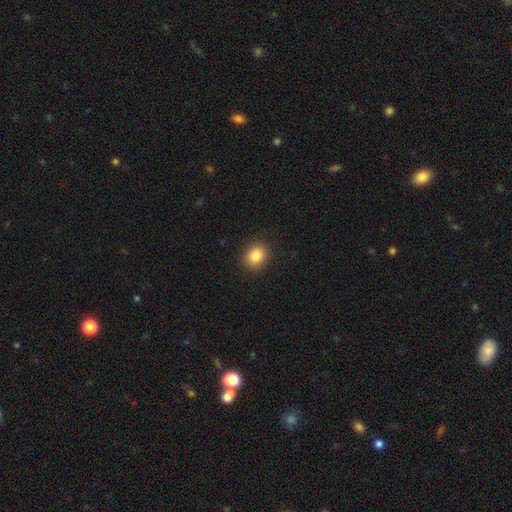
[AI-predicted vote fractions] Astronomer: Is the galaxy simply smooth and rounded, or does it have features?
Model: smooth — 85%.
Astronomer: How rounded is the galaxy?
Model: round — 63%.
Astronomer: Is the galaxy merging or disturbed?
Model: none — 89%.